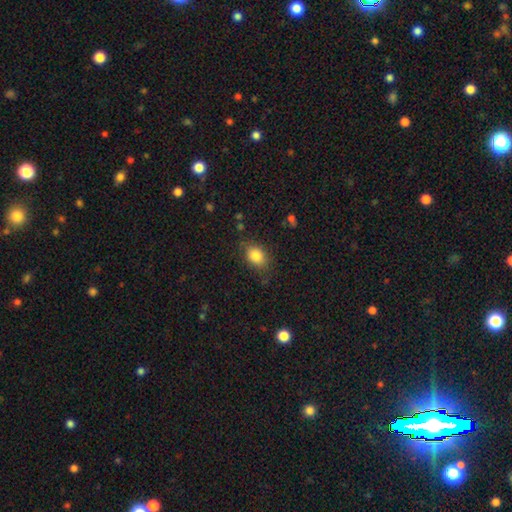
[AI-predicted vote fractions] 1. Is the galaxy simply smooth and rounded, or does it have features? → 84% smooth, 9% star or artifact, 7% featured or disk.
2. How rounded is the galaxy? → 68% in between, 31% round, 1% cigar-shaped.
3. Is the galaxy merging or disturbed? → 76% none, 18% minor disturbance, 5% major disturbance, 2% merger.